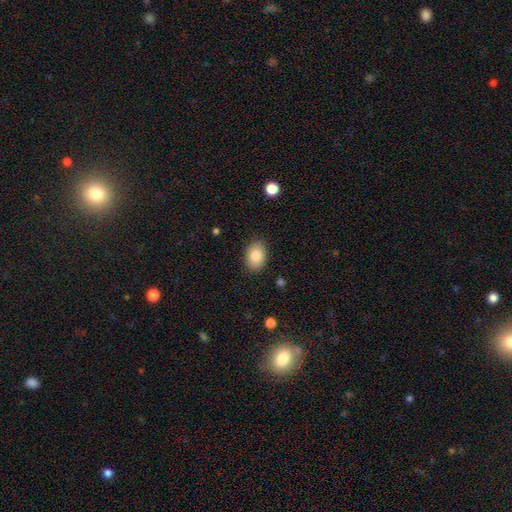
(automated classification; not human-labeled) Morphology: type=smooth (85%); roundness=in between (80%); merging=none (86%).